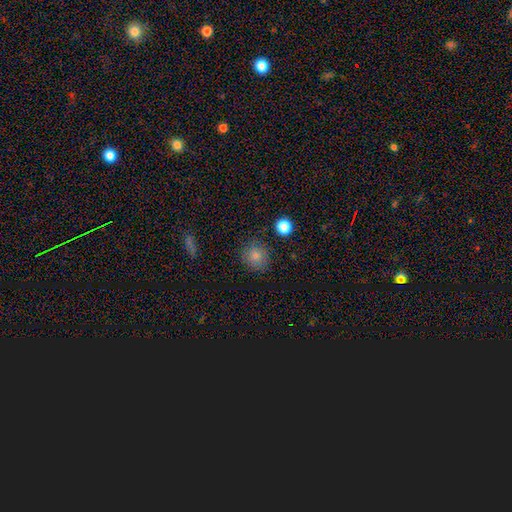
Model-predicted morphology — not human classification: smooth 81%, star or artifact 12%, featured or disk 7%. Down the decision tree: how rounded — round (89%); merging — none (84%).